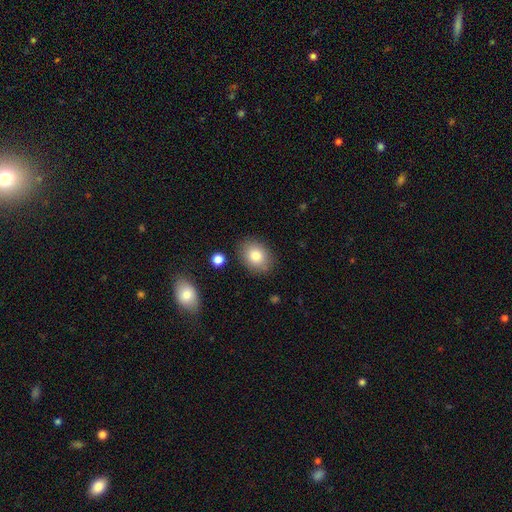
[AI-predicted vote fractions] Overall: smooth (82%). How rounded: in between (65%; round 34%). Merging: none (84%).